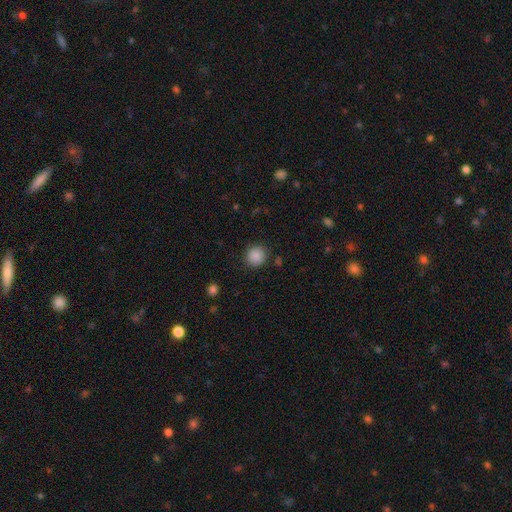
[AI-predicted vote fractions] The model was most divided on "smooth or featured": smooth: 88%, star or artifact: 9%, featured or disk: 3%. More confident: how rounded — round (93%); merging — none (89%).